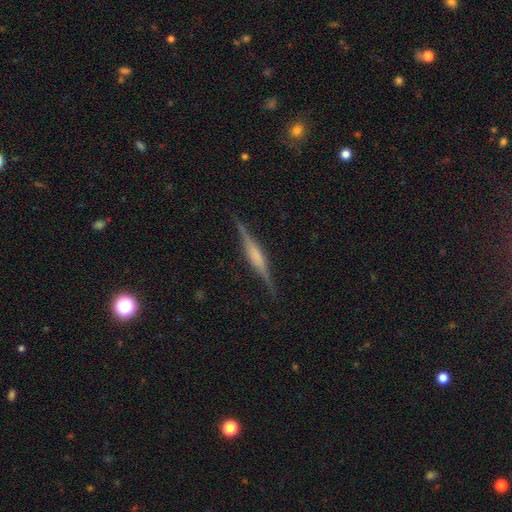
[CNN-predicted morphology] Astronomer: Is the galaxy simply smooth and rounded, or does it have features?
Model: featured or disk — 76%.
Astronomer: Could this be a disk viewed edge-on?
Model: yes — 98%.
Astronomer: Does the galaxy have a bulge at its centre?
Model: boxy — 42% (runner-up: rounded, 40%).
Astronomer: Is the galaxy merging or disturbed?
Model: none — 88%.